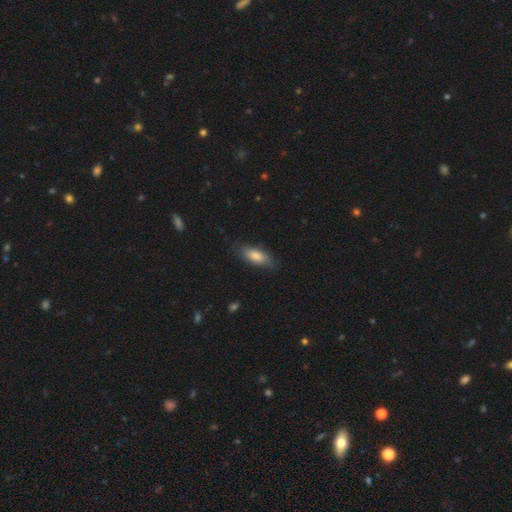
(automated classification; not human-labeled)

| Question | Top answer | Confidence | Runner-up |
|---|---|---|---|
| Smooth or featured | smooth | 79% | featured or disk (14%) |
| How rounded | in between | 70% | cigar-shaped (28%) |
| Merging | none | 79% | minor disturbance (16%) |